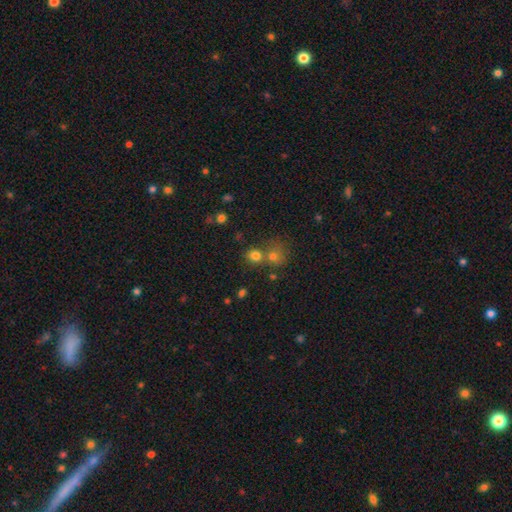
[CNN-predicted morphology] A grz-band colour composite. It shows a smooth galaxy with no disk features (75%) that is round (73%). Merging: none (50%).